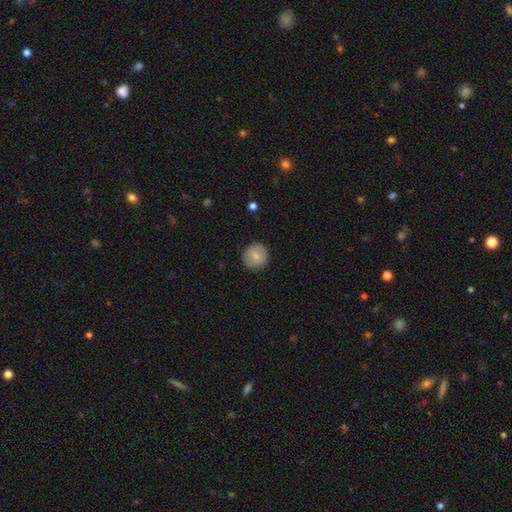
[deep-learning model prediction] Smooth or featured? Predicted: smooth (p=0.83). How rounded? Predicted: round (p=0.94). Merging? Predicted: none (p=0.90).